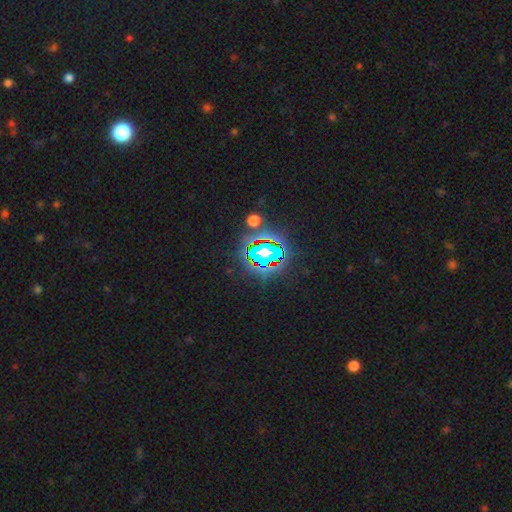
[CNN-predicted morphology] smooth-or-featured: star or artifact: 72% | smooth: 16% | featured or disk: 12%